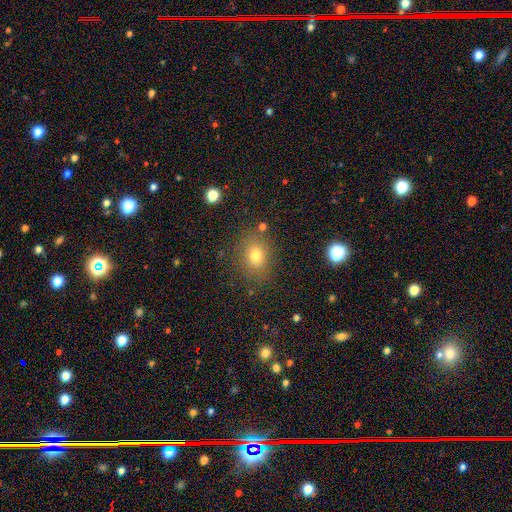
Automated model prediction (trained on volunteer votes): Morphology: type=smooth (75%); roundness=in between (51%); merging=none (82%).